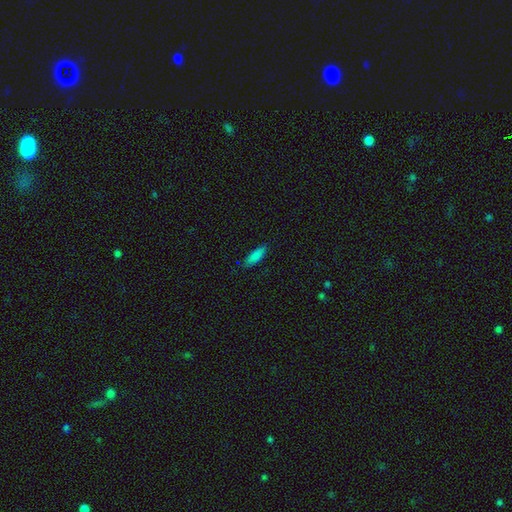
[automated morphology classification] smooth 85%, star or artifact 9%, featured or disk 7%. Down the decision tree: how rounded — in between (54%); merging — none (86%).